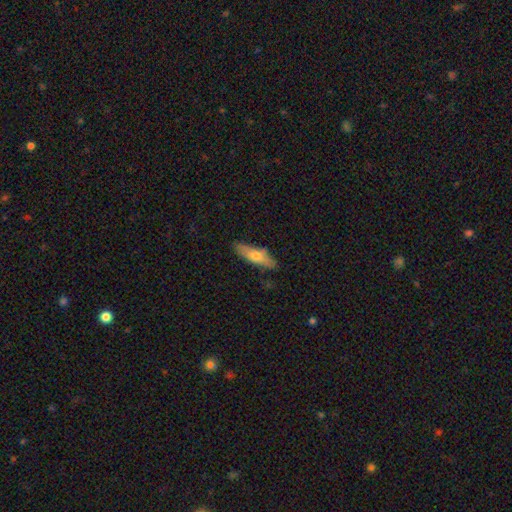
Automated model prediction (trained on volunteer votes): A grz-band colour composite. It shows a smooth galaxy with no disk features (63%) that is cigar-shaped (56%). Merging: none (82%).